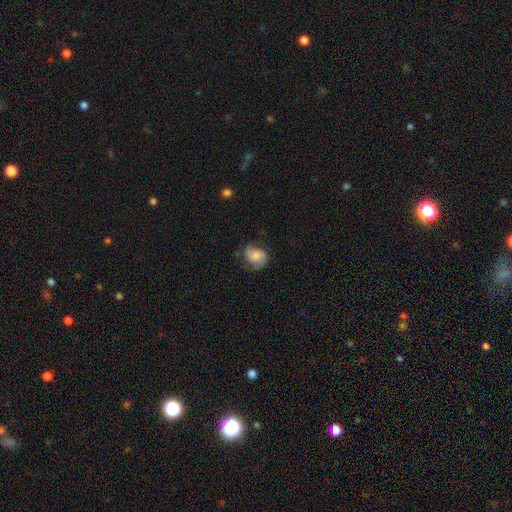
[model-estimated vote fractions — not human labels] Morphology: type=smooth (61%); roundness=round (54%); merging=none (61%).